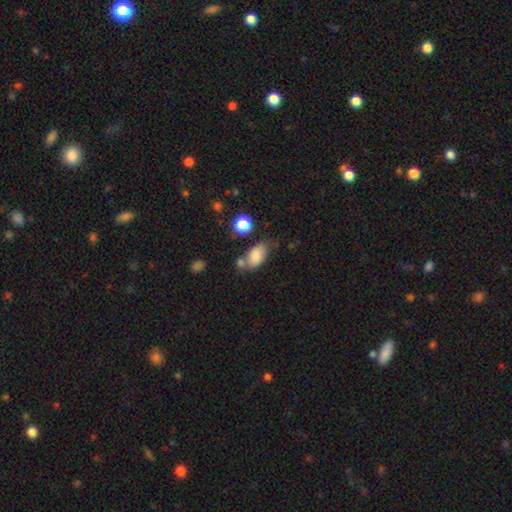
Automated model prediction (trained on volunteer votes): This appears to be a smooth galaxy with no disk features (81%) that is in between round and cigar-shaped (90%). Merging: none (47%).